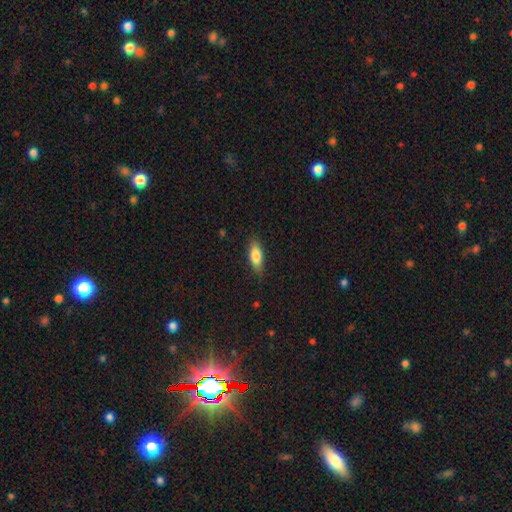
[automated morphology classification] Q: Smooth or featured?
A: smooth (80%); runner-up: featured or disk (13%)
Q: How rounded?
A: in between (70%); runner-up: cigar-shaped (27%)
Q: Merging?
A: none (83%); runner-up: minor disturbance (13%)